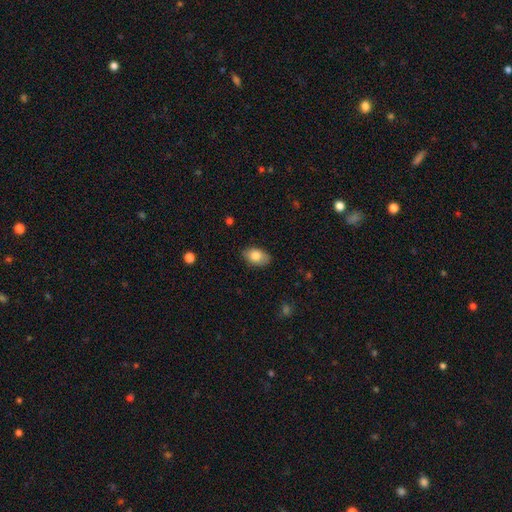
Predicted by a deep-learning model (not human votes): A smooth galaxy with no disk features (82%) that is in between round and cigar-shaped (90%).

Vote fractions:
- Smooth or featured? smooth: 82% / featured or disk: 11% / star or artifact: 7%
- How rounded? in between: 90% / round: 8% / cigar-shaped: 1%
- Merging? none: 84% / minor disturbance: 13% / major disturbance: 2% / merger: 1%